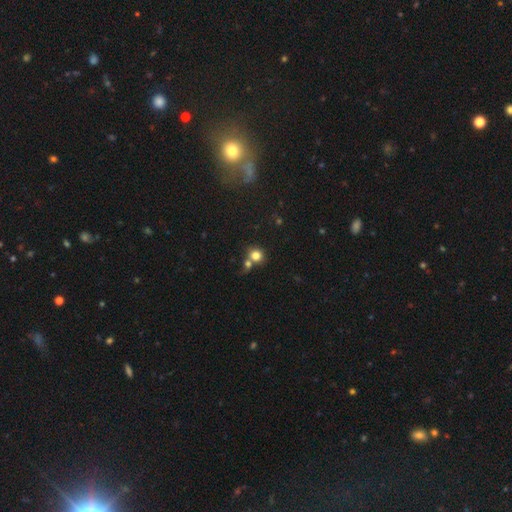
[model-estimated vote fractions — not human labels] smooth_or_featured: smooth (p=0.79) [alt: star or artifact p=0.12]
how_rounded: round (p=0.85) [alt: in between p=0.14]
merging: none (p=0.53) [alt: merger p=0.34]